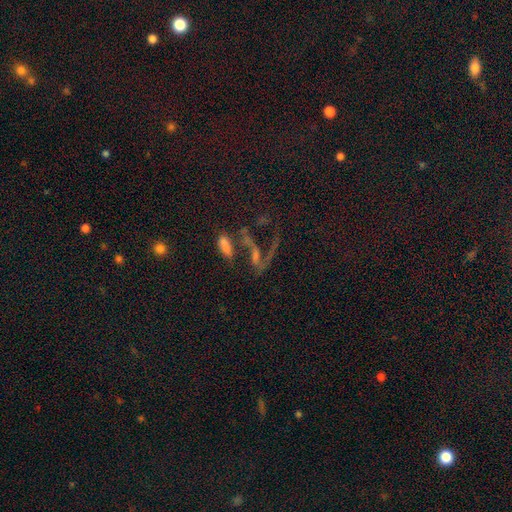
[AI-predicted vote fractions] Smooth or featured?
  - featured or disk: 42% *
  - star or artifact: 30%
  - smooth: 28%
Merging?
  - merger: 36% *
  - none: 31%
  - major disturbance: 23%
  - minor disturbance: 11%